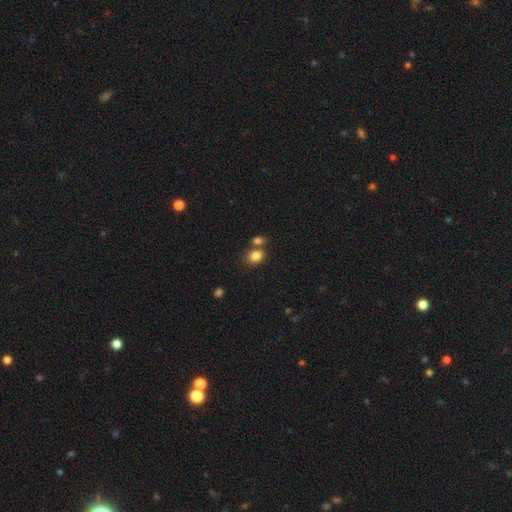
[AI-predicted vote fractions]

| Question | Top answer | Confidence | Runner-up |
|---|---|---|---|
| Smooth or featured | smooth | 84% | star or artifact (10%) |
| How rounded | in between | 61% | round (37%) |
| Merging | none | 59% | merger (27%) |